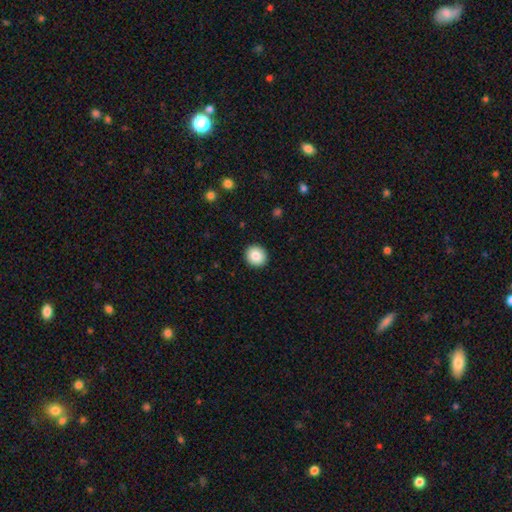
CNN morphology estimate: Smooth or featured? Predicted: smooth (p=0.86). How rounded? Predicted: round (p=0.91). Merging? Predicted: none (p=0.93).